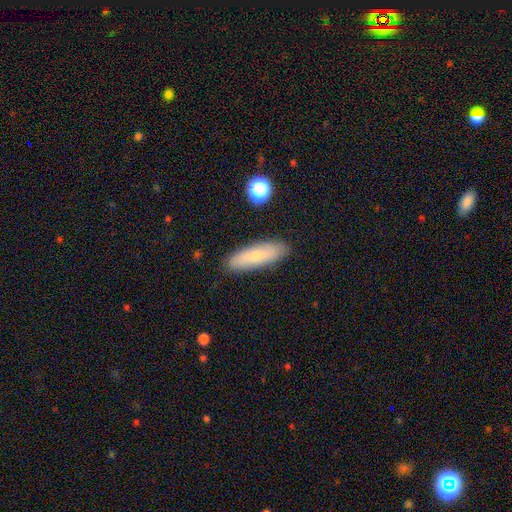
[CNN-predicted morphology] smooth 74%, featured or disk 20%, star or artifact 7%. Down the decision tree: how rounded — cigar-shaped (58%); merging — none (87%).